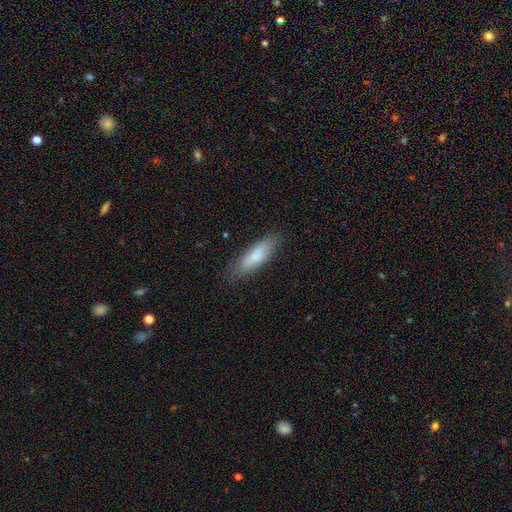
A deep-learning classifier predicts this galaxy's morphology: A smooth galaxy with no disk features (80%) that is cigar-shaped (55%). Merging: none (83%).